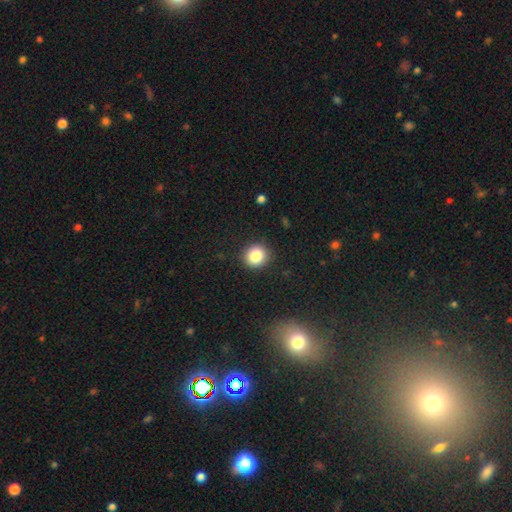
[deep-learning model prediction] smooth-or-featured: smooth: 85% | star or artifact: 10% | featured or disk: 5%
  how-rounded: round: 89% | in between: 10% | cigar-shaped: 1%
  merging: none: 90% | minor disturbance: 7% | major disturbance: 2% | merger: 1%